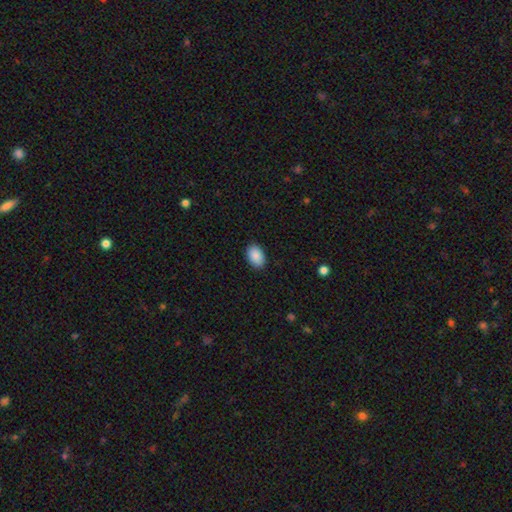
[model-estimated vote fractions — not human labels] This is clearly a smooth galaxy (90%). How rounded: clearly in between (90%). Merging: clearly none (89%).